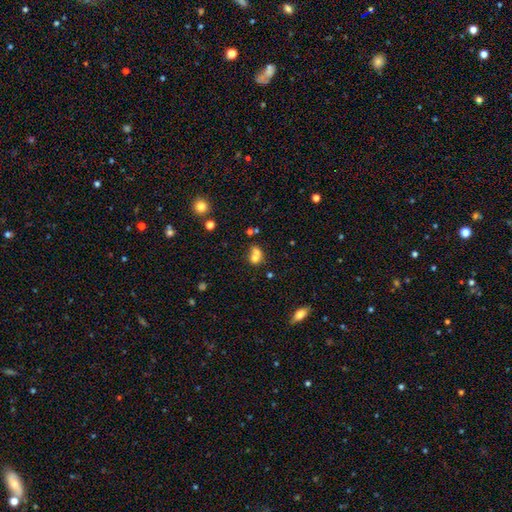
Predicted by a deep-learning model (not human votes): This appears to be a smooth galaxy with no disk features (68%) that is round (59%). Merging: merger (63%).